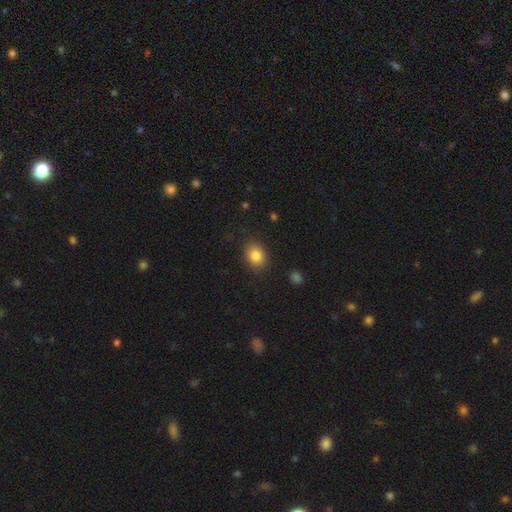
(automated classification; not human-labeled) This appears to be a smooth galaxy with no disk features (84%) that is in between round and cigar-shaped (56%). Merging: none (86%).